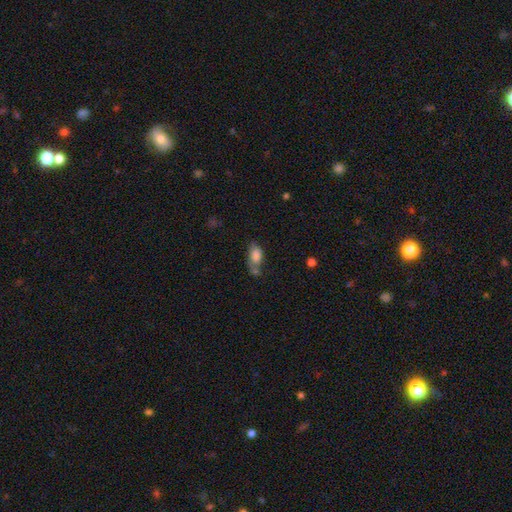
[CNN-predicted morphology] type=smooth (78%); roundness=in between (87%); merging=none (37%).